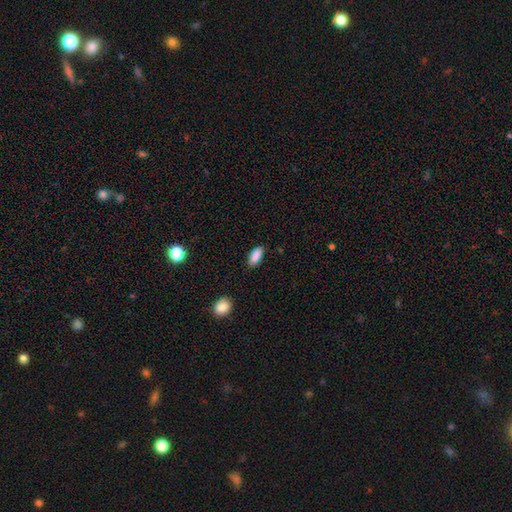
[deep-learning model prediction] Overall: smooth (88%). How rounded: in between (85%). Merging: none (84%).